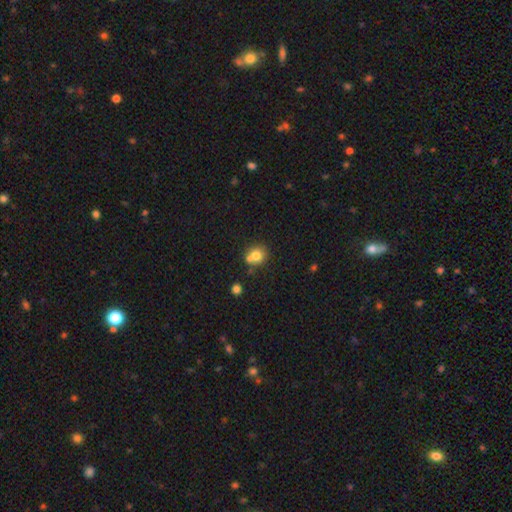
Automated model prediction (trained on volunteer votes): The model was most divided on "merging": none: 56%, merger: 29%, minor disturbance: 11%, major disturbance: 3%. More confident: how rounded — round (80%); smooth or featured — smooth (75%).